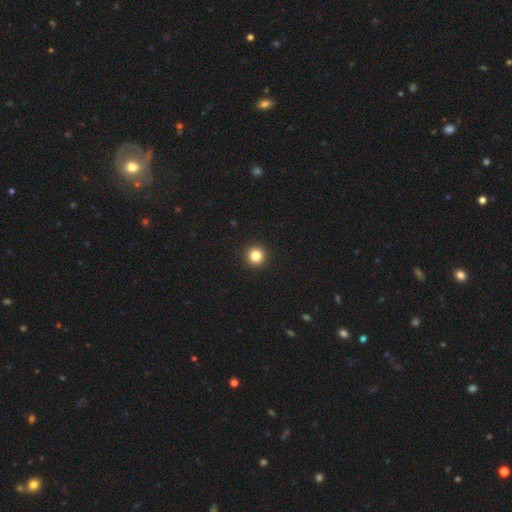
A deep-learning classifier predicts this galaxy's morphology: smooth-or-featured: smooth: 83% | star or artifact: 12% | featured or disk: 5%
  how-rounded: round: 95% | in between: 4% | cigar-shaped: 1%
  merging: none: 94% | minor disturbance: 4% | major disturbance: 1% | merger: 1%